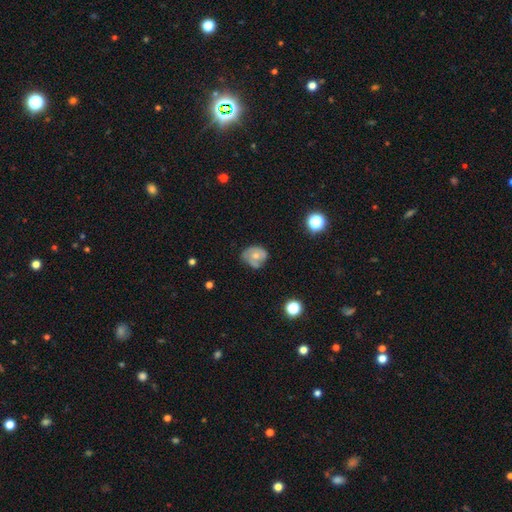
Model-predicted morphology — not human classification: This is possibly a featured or disk galaxy (50%). Merging: possibly none (53%).